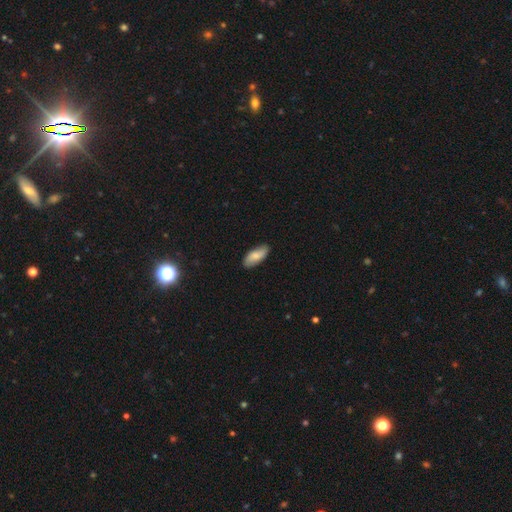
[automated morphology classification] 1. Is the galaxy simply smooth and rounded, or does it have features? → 72% smooth, 21% featured or disk, 6% star or artifact.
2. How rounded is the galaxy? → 81% in between, 16% cigar-shaped, 2% round.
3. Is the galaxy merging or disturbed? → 84% none, 13% minor disturbance, 2% major disturbance, 1% merger.